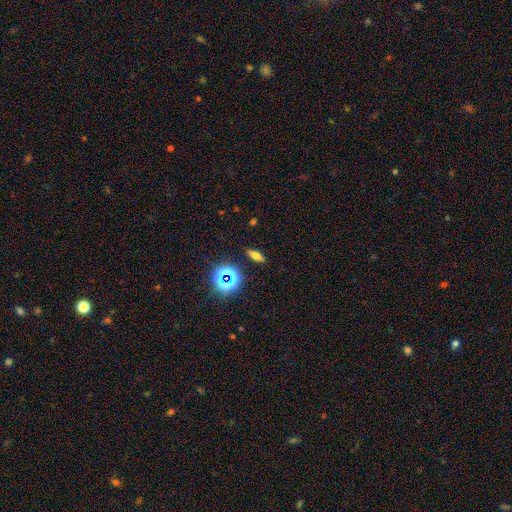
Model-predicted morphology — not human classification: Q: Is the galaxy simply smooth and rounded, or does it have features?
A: smooth — 57%.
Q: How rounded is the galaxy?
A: in between — 49%.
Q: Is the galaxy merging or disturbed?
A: none — 88%.